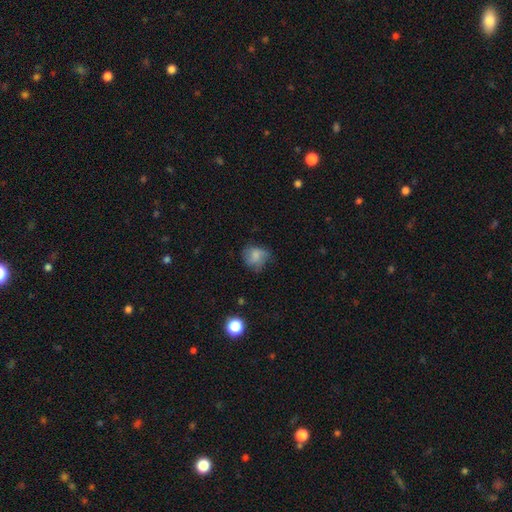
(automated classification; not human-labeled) Morphology: type=smooth (70%); roundness=round (68%); merging=none (55%).